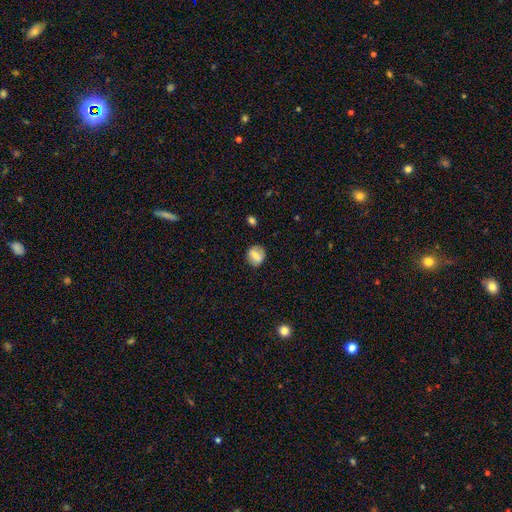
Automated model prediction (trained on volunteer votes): Q: Smooth or featured?
A: smooth (67%); runner-up: featured or disk (24%)
Q: How rounded?
A: round (68%); runner-up: in between (30%)
Q: Merging?
A: none (84%); runner-up: minor disturbance (11%)